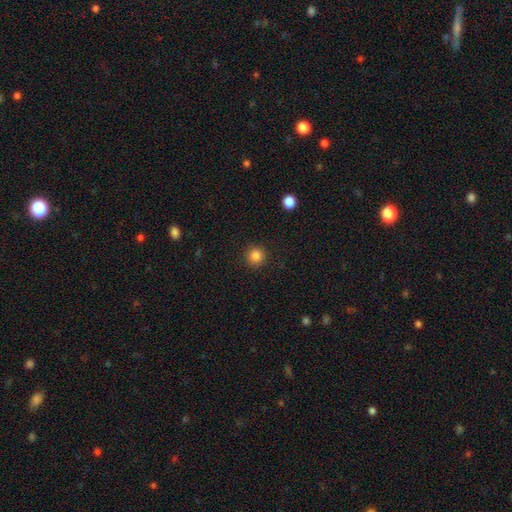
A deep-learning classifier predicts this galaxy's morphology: smooth_or_featured: smooth (p=0.84) [alt: star or artifact p=0.12]
how_rounded: round (p=0.95) [alt: in between p=0.04]
merging: none (p=0.91) [alt: minor disturbance p=0.05]